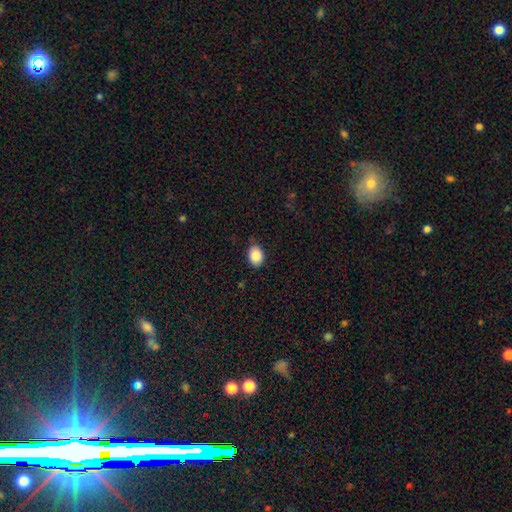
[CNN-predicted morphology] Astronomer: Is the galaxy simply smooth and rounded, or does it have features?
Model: smooth — 88%.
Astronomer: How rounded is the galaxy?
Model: in between — 70%.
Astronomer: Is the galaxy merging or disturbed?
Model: none — 80%.